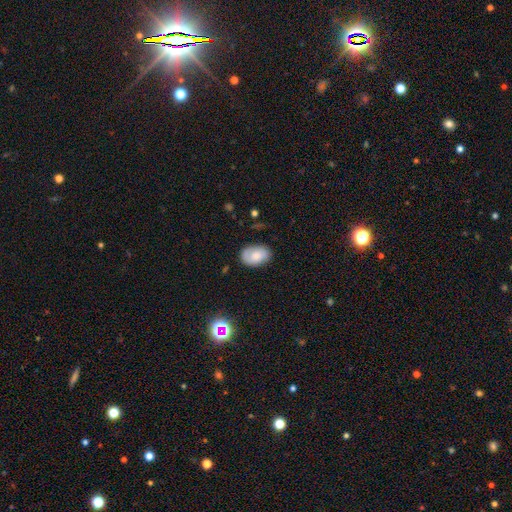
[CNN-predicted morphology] Overall: smooth (68%). How rounded: in between (83%). Merging: none (76%).